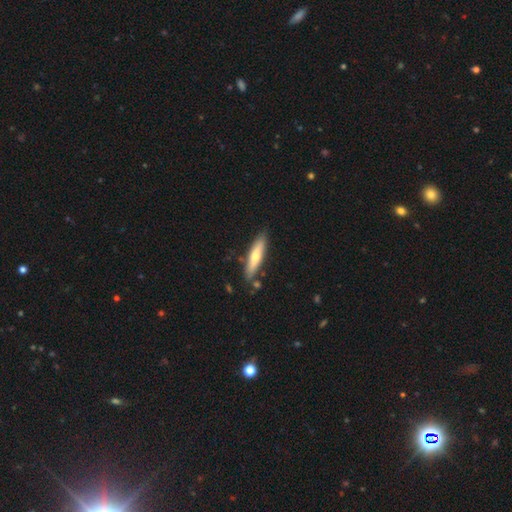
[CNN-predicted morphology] smooth_or_featured: smooth (p=0.58) [alt: featured or disk p=0.37]
how_rounded: cigar-shaped (p=0.75) [alt: in between p=0.23]
merging: none (p=0.81) [alt: minor disturbance p=0.13]